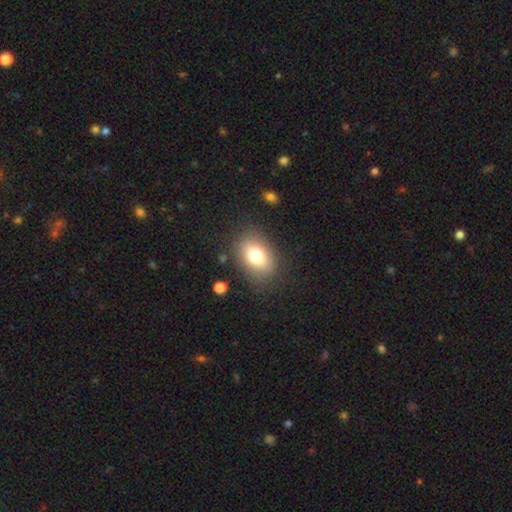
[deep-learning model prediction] A smooth galaxy with no disk features (76%) that is in between round and cigar-shaped (82%).

Vote fractions:
- Smooth or featured? smooth: 76% / featured or disk: 15% / star or artifact: 10%
- How rounded? in between: 82% / round: 17% / cigar-shaped: 2%
- Merging? none: 80% / minor disturbance: 13% / major disturbance: 5% / merger: 2%